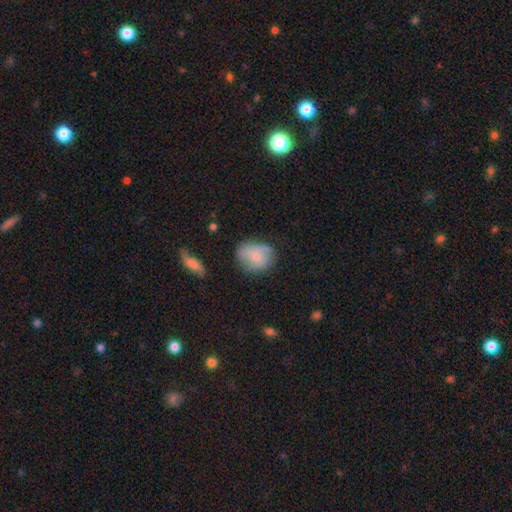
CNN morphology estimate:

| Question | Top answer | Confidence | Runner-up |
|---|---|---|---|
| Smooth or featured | smooth | 59% | featured or disk (34%) |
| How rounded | in between | 50% | round (49%) |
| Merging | none | 62% | minor disturbance (27%) |